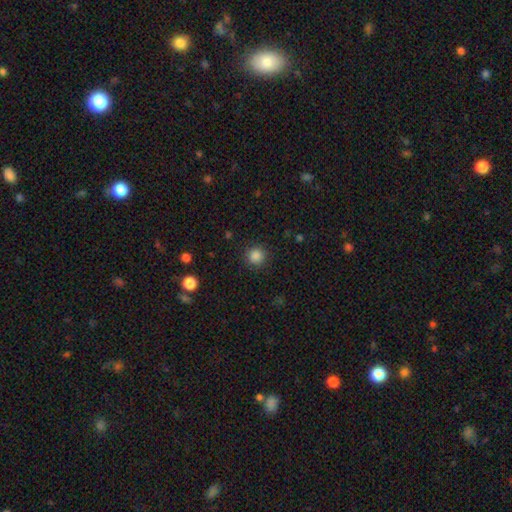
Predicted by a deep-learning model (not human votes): This is clearly a smooth galaxy (85%). How rounded: clearly round (94%). Merging: clearly none (90%).